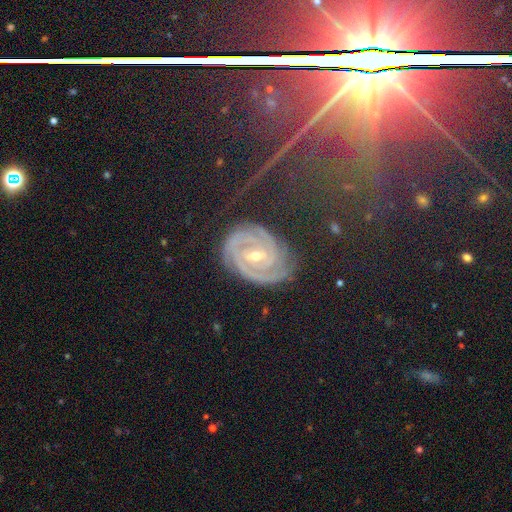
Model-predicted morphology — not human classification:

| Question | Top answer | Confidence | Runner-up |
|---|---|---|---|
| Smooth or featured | featured or disk | 79% | star or artifact (14%) |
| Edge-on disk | no | 97% | yes (3%) |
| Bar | weak | 43% | strong (30%) |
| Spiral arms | yes | 97% | no (3%) |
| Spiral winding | tight | 81% | medium (15%) |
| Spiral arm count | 2 | 42% | 3 (22%) |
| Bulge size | small | 58% | moderate (40%) |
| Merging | none | 78% | minor disturbance (16%) |